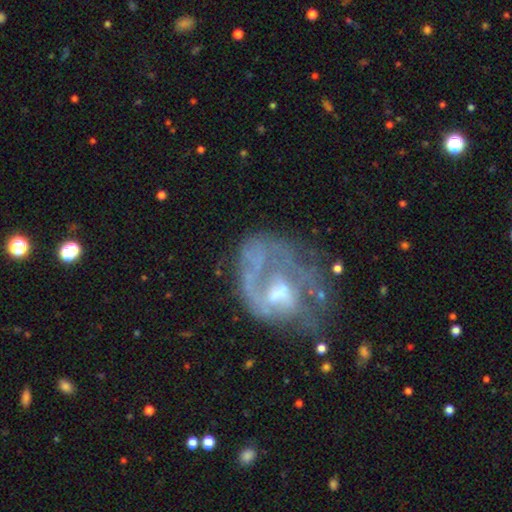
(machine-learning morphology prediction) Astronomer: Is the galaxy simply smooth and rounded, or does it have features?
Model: featured or disk — 71%.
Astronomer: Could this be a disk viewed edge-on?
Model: no — 97%.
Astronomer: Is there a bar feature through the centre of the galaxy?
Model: no — 60%.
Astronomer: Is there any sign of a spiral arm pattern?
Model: yes — 51% (runner-up: no, 49%).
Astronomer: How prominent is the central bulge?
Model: moderate — 47% (runner-up: small, 29%).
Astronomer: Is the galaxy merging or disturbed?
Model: major disturbance — 41% (runner-up: none, 32%).